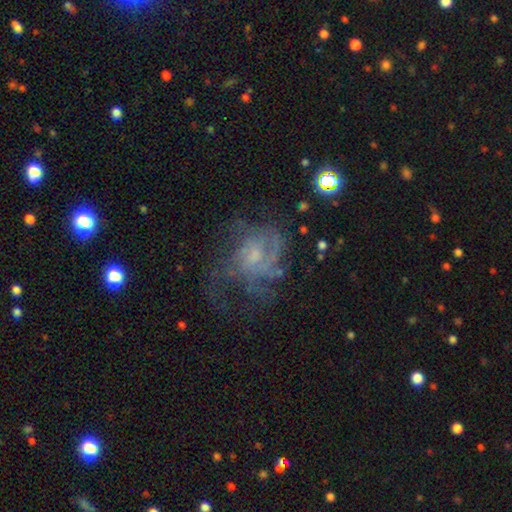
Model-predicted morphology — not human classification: Q: Smooth or featured?
A: featured or disk (71%); runner-up: smooth (17%)
Q: Edge-on disk?
A: no (97%); runner-up: yes (3%)
Q: Bar?
A: no (64%); runner-up: weak (32%)
Q: Spiral arms?
A: yes (77%); runner-up: no (23%)
Q: Spiral winding?
A: medium (41%); runner-up: tight (35%)
Q: Spiral arm count?
A: can't tell (45%); runner-up: 3 (17%)
Q: Bulge size?
A: small (44%); runner-up: moderate (31%)
Q: Merging?
A: none (43%); runner-up: major disturbance (34%)